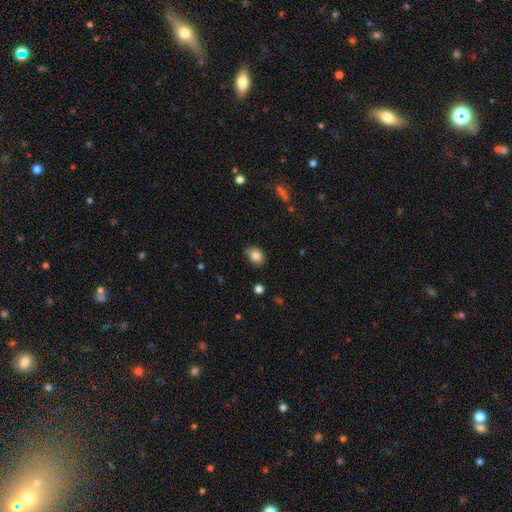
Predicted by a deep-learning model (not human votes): smooth_or_featured: smooth (p=0.82) [alt: star or artifact p=0.09]
how_rounded: in between (p=0.65) [alt: round p=0.34]
merging: none (p=0.71) [alt: minor disturbance p=0.24]